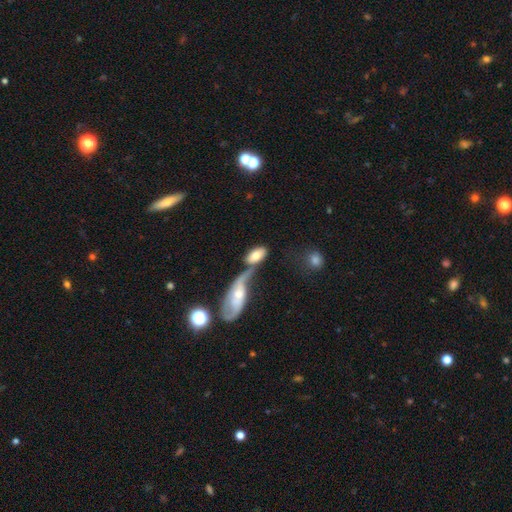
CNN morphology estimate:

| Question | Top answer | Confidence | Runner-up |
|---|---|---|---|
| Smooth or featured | smooth | 71% | featured or disk (22%) |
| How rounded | in between | 90% | cigar-shaped (6%) |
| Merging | merger | 58% | none (24%) |